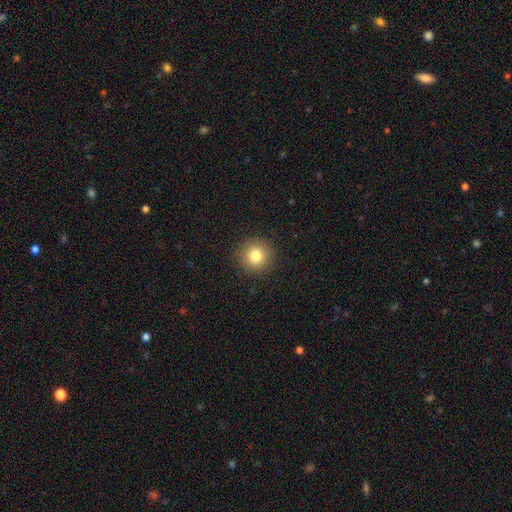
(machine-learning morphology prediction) Smooth or featured?
  - smooth: 81% *
  - star or artifact: 12%
  - featured or disk: 8%
How rounded?
  - round: 94% *
  - in between: 5%
  - cigar-shaped: 1%
Merging?
  - none: 91% *
  - minor disturbance: 6%
  - major disturbance: 2%
  - merger: 1%